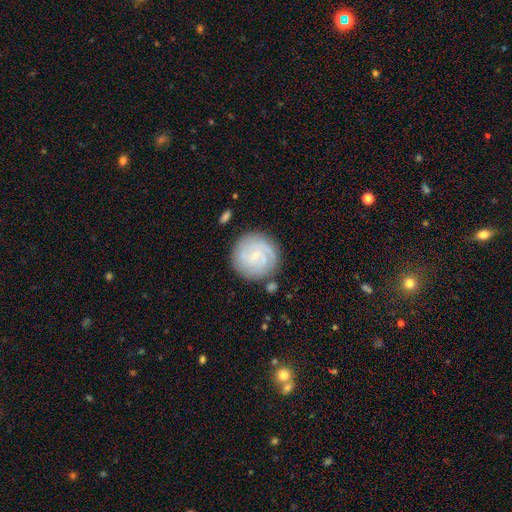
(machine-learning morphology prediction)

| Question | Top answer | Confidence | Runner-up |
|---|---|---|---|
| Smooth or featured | featured or disk | 69% | smooth (25%) |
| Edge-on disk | no | 98% | yes (2%) |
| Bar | no | 61% | weak (34%) |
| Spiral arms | yes | 92% | no (8%) |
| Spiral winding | tight | 66% | medium (26%) |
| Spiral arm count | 2 | 31% | can't tell (28%) |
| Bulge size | small | 79% | moderate (14%) |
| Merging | none | 79% | minor disturbance (13%) |